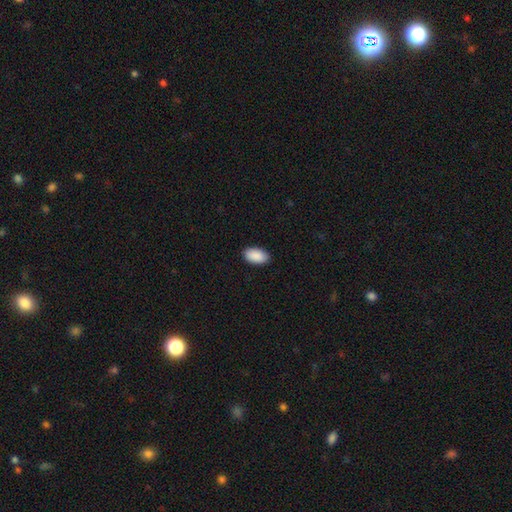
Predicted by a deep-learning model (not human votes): smooth-or-featured: smooth: 91% | star or artifact: 6% | featured or disk: 3%
  how-rounded: in between: 95% | round: 3% | cigar-shaped: 1%
  merging: none: 89% | minor disturbance: 8% | major disturbance: 2% | merger: 1%